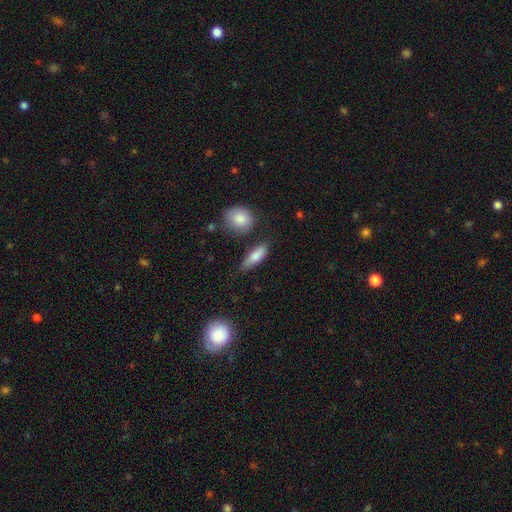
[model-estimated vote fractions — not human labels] Q: Smooth or featured?
A: smooth (81%); runner-up: featured or disk (12%)
Q: How rounded?
A: in between (61%); runner-up: cigar-shaped (34%)
Q: Merging?
A: none (74%); runner-up: minor disturbance (17%)